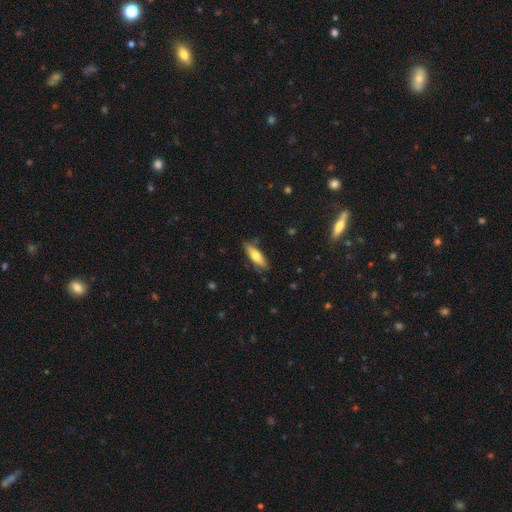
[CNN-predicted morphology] Q: Smooth or featured?
A: smooth (67%); runner-up: featured or disk (27%)
Q: How rounded?
A: cigar-shaped (53%); runner-up: in between (45%)
Q: Merging?
A: none (80%); runner-up: minor disturbance (16%)